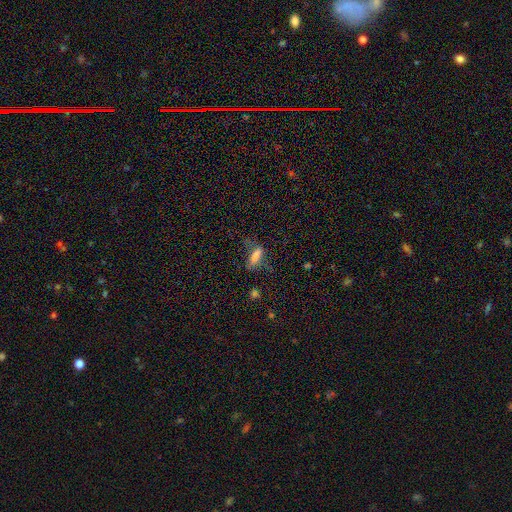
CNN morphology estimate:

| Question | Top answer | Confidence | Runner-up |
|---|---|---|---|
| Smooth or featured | smooth | 67% | featured or disk (21%) |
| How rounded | in between | 55% | cigar-shaped (42%) |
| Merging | none | 58% | minor disturbance (24%) |